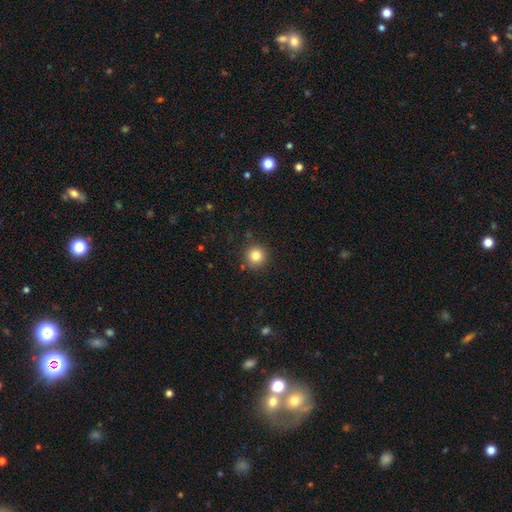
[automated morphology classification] Smooth or featured? Predicted: smooth (p=0.83). How rounded? Predicted: round (p=0.94). Merging? Predicted: none (p=0.88).